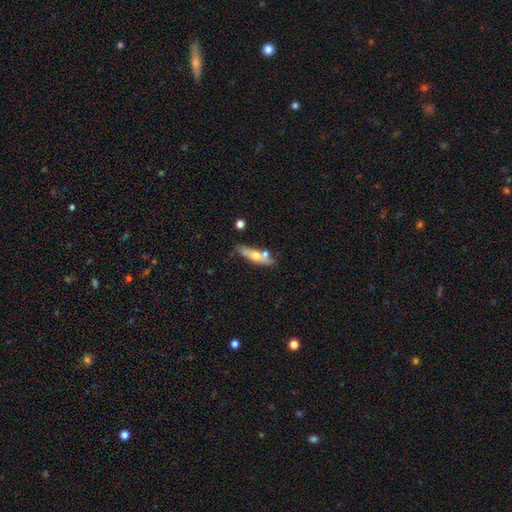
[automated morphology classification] This is possibly a smooth galaxy (57%). How rounded: likely cigar-shaped (61%). Merging: likely none (64%).